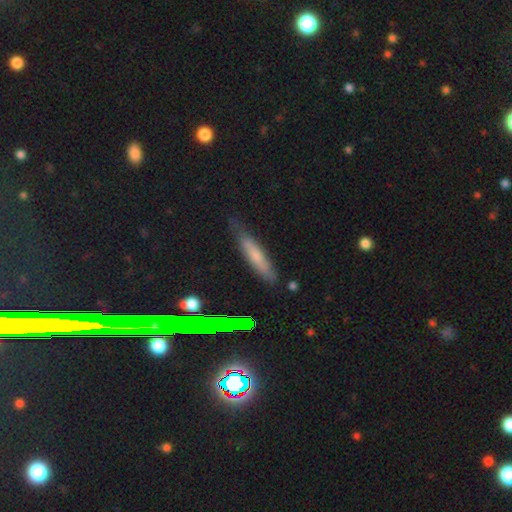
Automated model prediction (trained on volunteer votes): smooth-or-featured: smooth: 62% | featured or disk: 28% | star or artifact: 10%
  how-rounded: cigar-shaped: 85% | in between: 13% | round: 2%
  merging: none: 74% | minor disturbance: 20% | major disturbance: 4% | merger: 2%